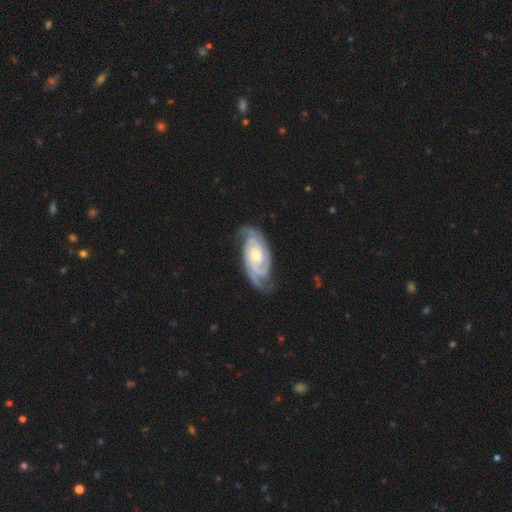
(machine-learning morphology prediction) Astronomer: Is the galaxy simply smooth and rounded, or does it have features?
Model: featured or disk — 91%.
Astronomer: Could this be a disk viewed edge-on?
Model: no — 96%.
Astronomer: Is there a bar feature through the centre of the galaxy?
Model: no — 66%.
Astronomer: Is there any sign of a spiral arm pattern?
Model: yes — 98%.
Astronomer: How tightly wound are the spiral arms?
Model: tight — 63%.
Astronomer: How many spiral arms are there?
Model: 2 — 51% (runner-up: 3, 28%).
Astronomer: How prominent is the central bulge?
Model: moderate — 55% (runner-up: small, 40%).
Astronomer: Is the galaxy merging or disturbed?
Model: none — 73%.